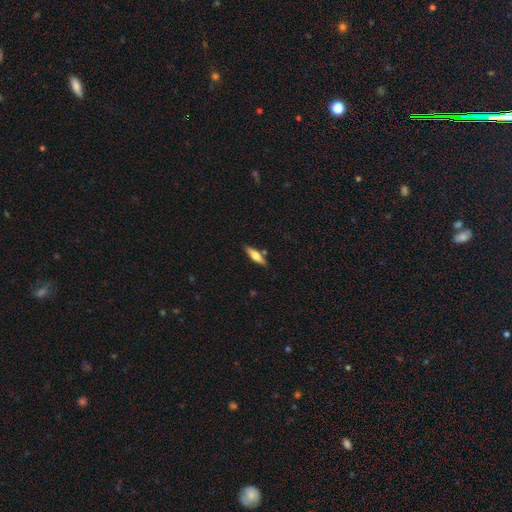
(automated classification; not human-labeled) Overall: smooth (54%; featured or disk 40%). How rounded: cigar-shaped (68%; in between 30%). Merging: none (82%).